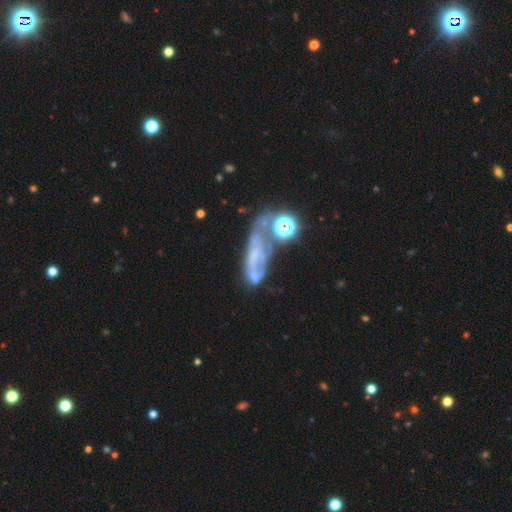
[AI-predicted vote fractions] A featured or disk galaxy (54%). Merging: none (30%, tied with major disturbance).